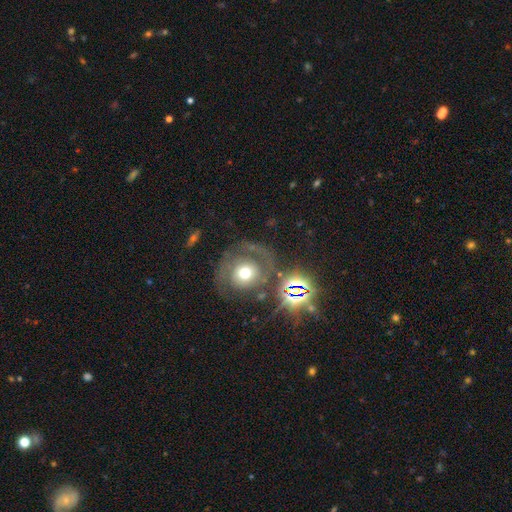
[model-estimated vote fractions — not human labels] smooth_or_featured: featured or disk (p=0.52) [alt: smooth p=0.27]
disk_edge_on: no (p=0.95) [alt: yes p=0.05]
merging: none (p=0.54) [alt: merger p=0.23]